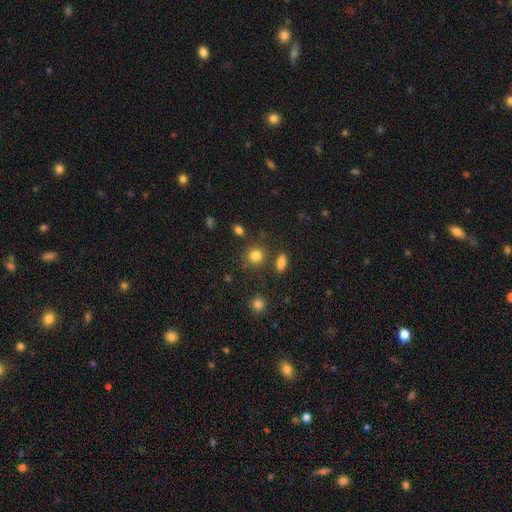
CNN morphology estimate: type=smooth (82%); roundness=round (83%); merging=none (79%).